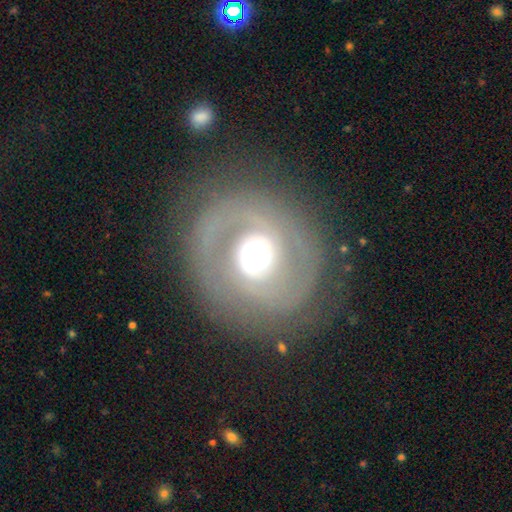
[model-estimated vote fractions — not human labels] This is likely a featured or disk galaxy (74%). It is clearly not viewed edge-on (96%). Bar: likely no (61%). Spiral arm pattern: likely yes (68%). Central bulge: possibly moderate (51%). Merging: likely none (79%).